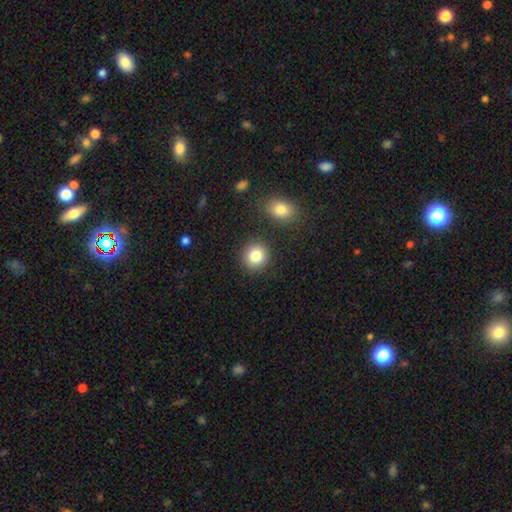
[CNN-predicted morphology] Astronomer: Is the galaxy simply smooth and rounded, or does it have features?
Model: smooth — 83%.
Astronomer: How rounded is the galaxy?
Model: round — 88%.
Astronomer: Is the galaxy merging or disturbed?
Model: none — 86%.